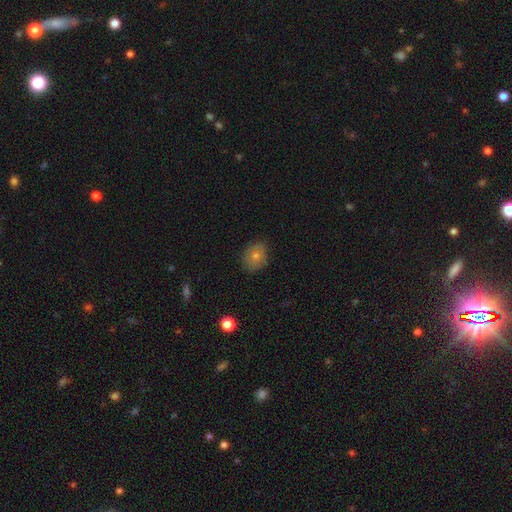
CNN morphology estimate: A smooth galaxy with no disk features (69%) that is round (59%). Merging: none (83%).